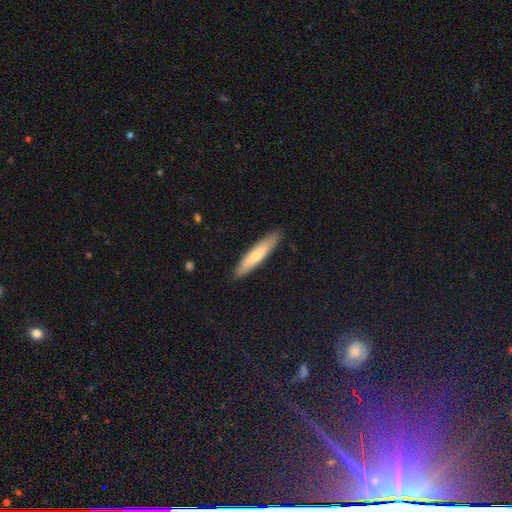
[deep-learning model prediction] The model was most divided on "smooth or featured": smooth: 61%, featured or disk: 34%, star or artifact: 5%. More confident: merging — none (87%); how rounded — cigar-shaped (85%).